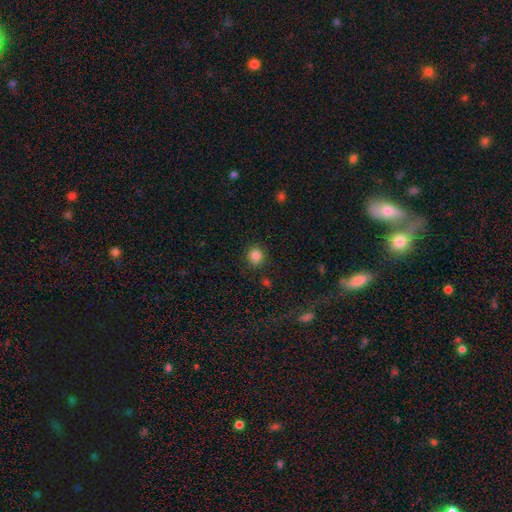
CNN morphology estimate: A smooth galaxy with no disk features (84%) that is round (90%).

Vote fractions:
- Smooth or featured? smooth: 84% / star or artifact: 11% / featured or disk: 4%
- How rounded? round: 90% / in between: 9% / cigar-shaped: 1%
- Merging? none: 89% / minor disturbance: 7% / major disturbance: 2% / merger: 2%